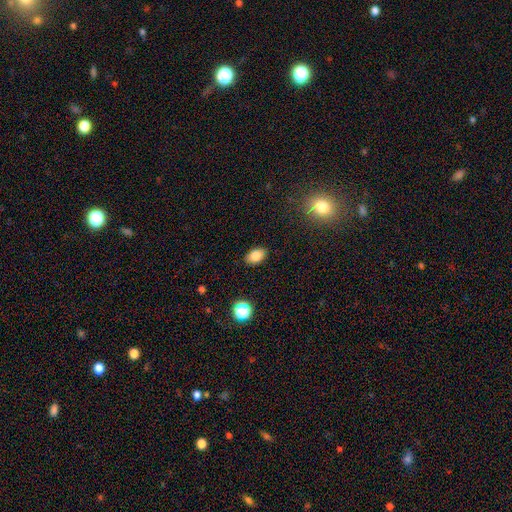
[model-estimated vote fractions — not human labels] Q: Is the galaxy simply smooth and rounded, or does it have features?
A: smooth — 84%.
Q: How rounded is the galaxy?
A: in between — 87%.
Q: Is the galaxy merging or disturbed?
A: none — 87%.